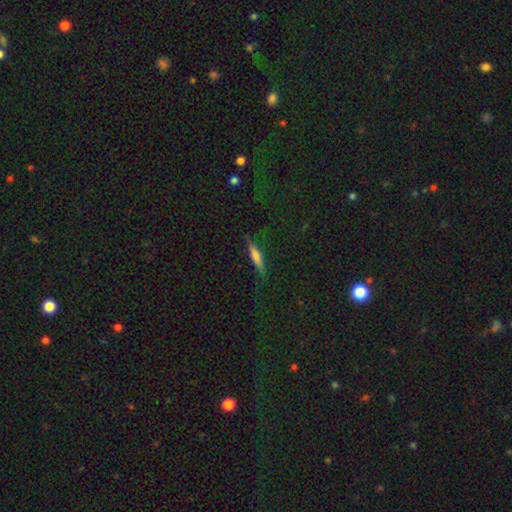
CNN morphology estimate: A smooth galaxy with no disk features (53%) that is cigar-shaped (84%). Merging: none (81%).